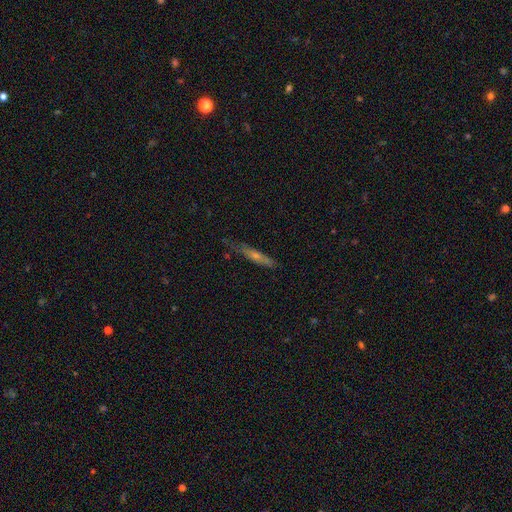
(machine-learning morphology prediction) A featured or disk galaxy (53%) viewed edge-on (85%). Merging: none (75%).